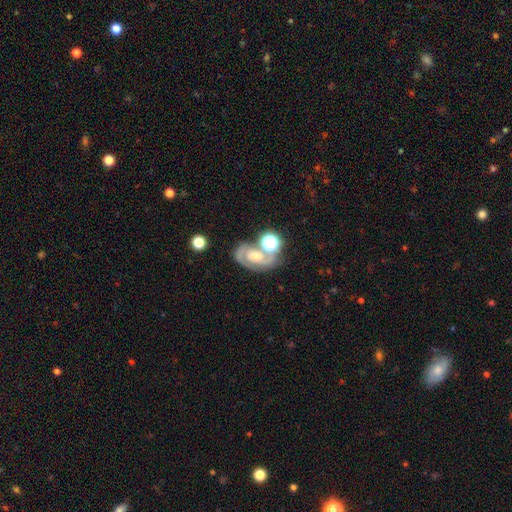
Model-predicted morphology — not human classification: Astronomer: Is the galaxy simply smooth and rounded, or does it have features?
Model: featured or disk — 64%.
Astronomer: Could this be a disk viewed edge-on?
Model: no — 96%.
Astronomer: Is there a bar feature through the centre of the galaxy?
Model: no — 62%.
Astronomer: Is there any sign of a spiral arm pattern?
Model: yes — 78%.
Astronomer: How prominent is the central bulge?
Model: moderate — 50% (runner-up: small, 28%).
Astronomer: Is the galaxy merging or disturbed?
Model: none — 49% (runner-up: merger, 25%).